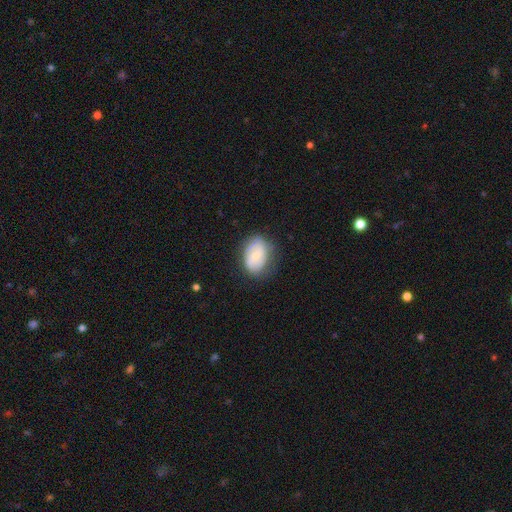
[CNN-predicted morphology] Smooth or featured?
  - smooth: 53% *
  - featured or disk: 40%
  - star or artifact: 7%
How rounded?
  - in between: 79% *
  - round: 20%
  - cigar-shaped: 1%
Merging?
  - none: 66% *
  - minor disturbance: 24%
  - major disturbance: 8%
  - merger: 1%